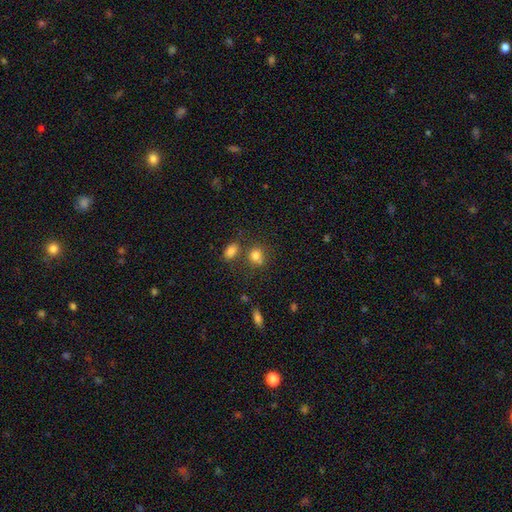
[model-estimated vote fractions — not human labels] Smooth or featured: smooth — 79% (star or artifact — 13%)
How rounded: round — 59% (in between — 40%)
Merging: none — 53% (merger — 27%)